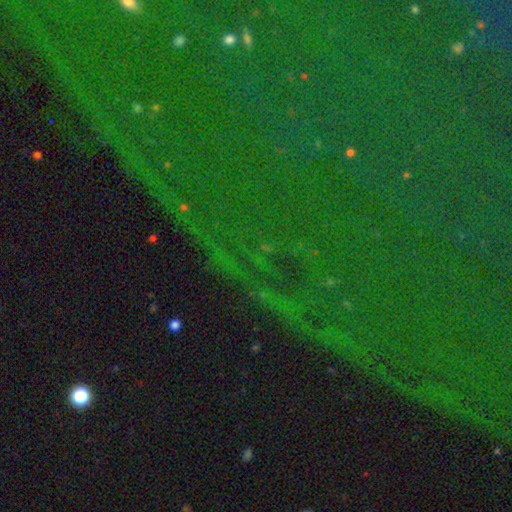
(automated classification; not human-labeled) Overall: star or artifact (85%).